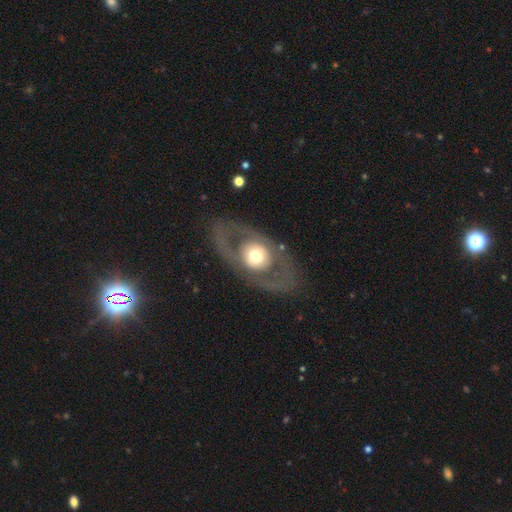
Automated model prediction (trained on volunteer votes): Smooth or featured: featured or disk — 61% (smooth — 33%)
Edge-on disk: no — 88% (yes — 12%)
Bar: no — 81% (weak — 13%)
Spiral arms: no — 83% (yes — 17%)
Bulge size: moderate — 49% (large — 40%)
Merging: none — 76% (major disturbance — 12%)